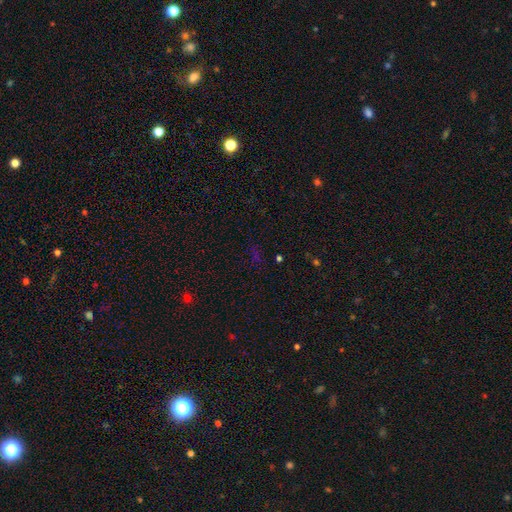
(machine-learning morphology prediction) The model was most divided on "smooth or featured": star or artifact: 63%, smooth: 29%, featured or disk: 8%.